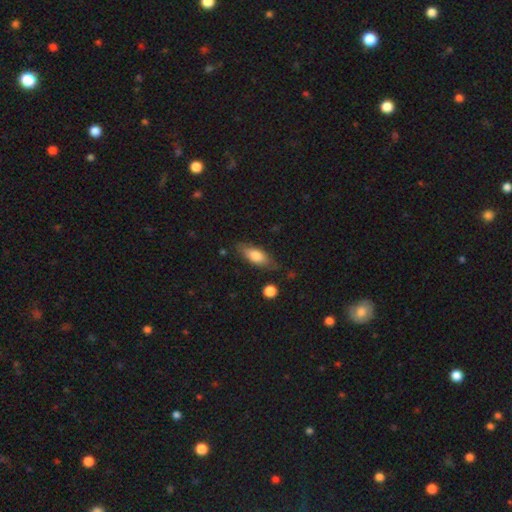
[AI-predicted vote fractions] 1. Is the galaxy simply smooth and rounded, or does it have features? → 74% smooth, 20% featured or disk, 6% star or artifact.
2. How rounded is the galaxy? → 72% in between, 25% cigar-shaped, 3% round.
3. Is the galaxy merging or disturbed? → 75% none, 18% minor disturbance, 4% major disturbance, 3% merger.